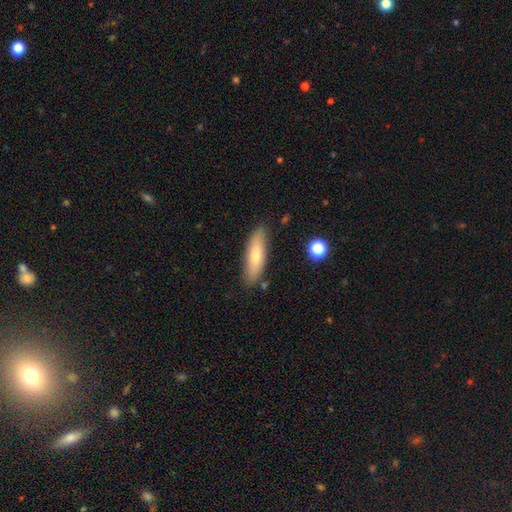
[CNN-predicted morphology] Smooth or featured: smooth — 72% (featured or disk — 21%)
How rounded: cigar-shaped — 58% (in between — 40%)
Merging: none — 83% (minor disturbance — 13%)